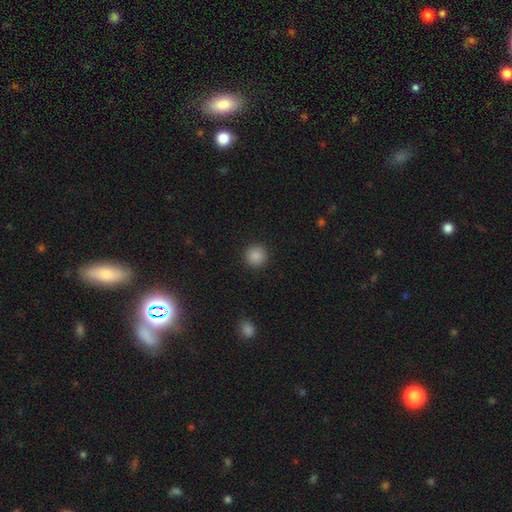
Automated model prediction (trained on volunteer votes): Smooth or featured?
  - smooth: 88% *
  - star or artifact: 9%
  - featured or disk: 3%
How rounded?
  - round: 95% *
  - in between: 4%
  - cigar-shaped: 1%
Merging?
  - none: 92% *
  - minor disturbance: 5%
  - major disturbance: 2%
  - merger: 1%